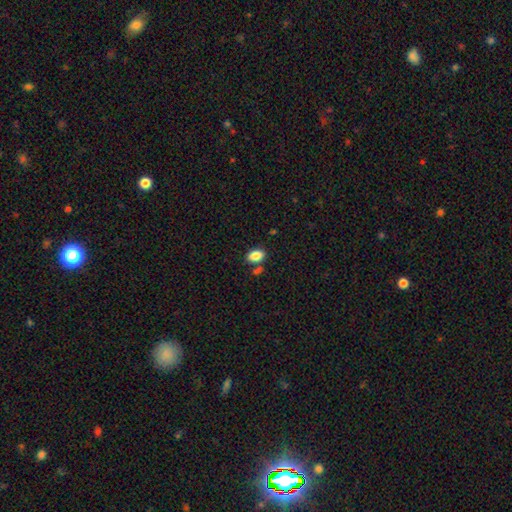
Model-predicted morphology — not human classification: smooth 86%, star or artifact 8%, featured or disk 6%. Down the decision tree: how rounded — in between (89%); merging — none (72%).